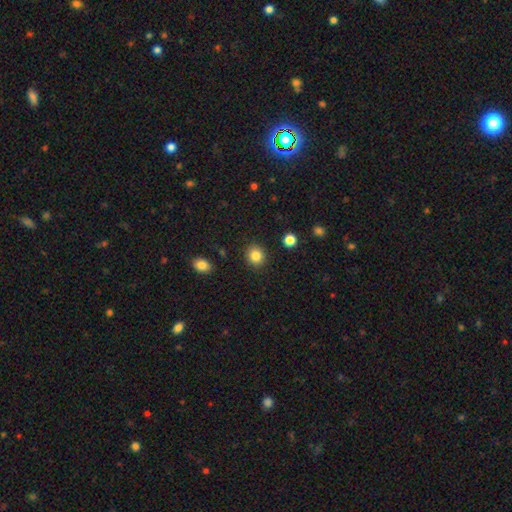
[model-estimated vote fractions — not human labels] Smooth or featured: smooth — 85% (star or artifact — 10%)
How rounded: round — 84% (in between — 15%)
Merging: none — 90% (minor disturbance — 6%)